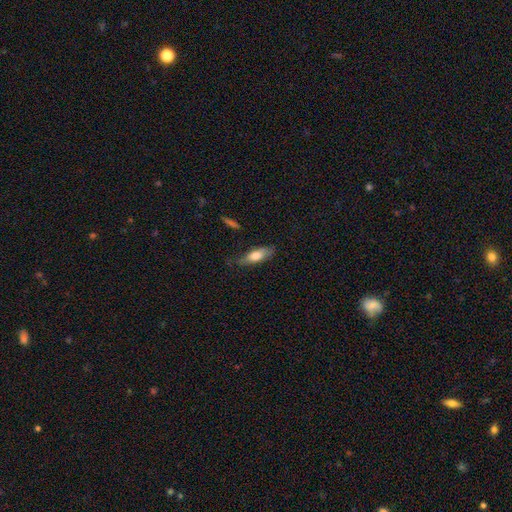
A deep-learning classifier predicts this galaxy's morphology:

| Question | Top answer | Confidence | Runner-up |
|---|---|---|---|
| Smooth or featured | smooth | 69% | featured or disk (24%) |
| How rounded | in between | 55% | cigar-shaped (42%) |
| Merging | none | 70% | minor disturbance (23%) |